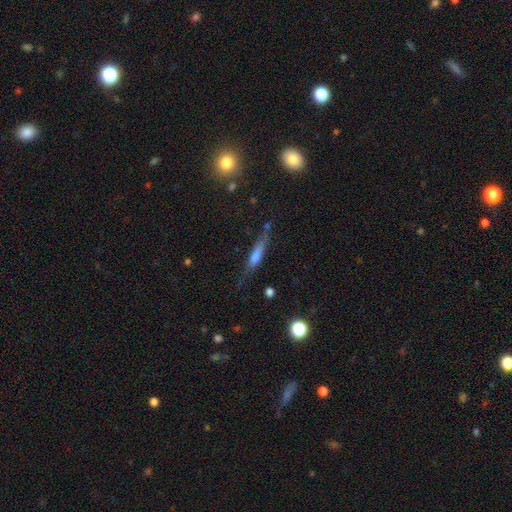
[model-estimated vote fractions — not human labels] Morphology: type=smooth (58%); roundness=cigar-shaped (82%); merging=none (59%).